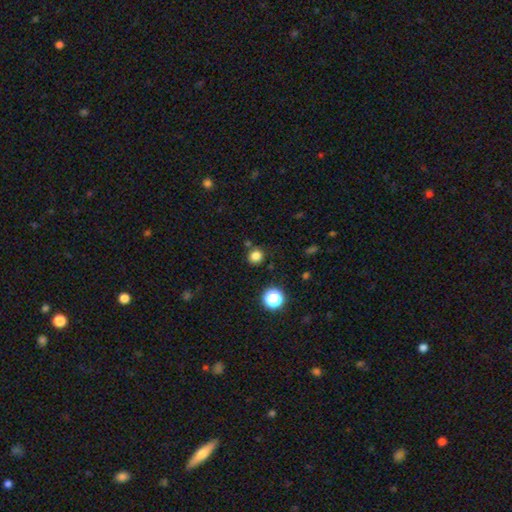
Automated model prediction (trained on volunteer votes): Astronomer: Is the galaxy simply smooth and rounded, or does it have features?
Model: smooth — 80%.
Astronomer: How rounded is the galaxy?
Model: round — 86%.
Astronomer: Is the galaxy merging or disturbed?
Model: none — 83%.